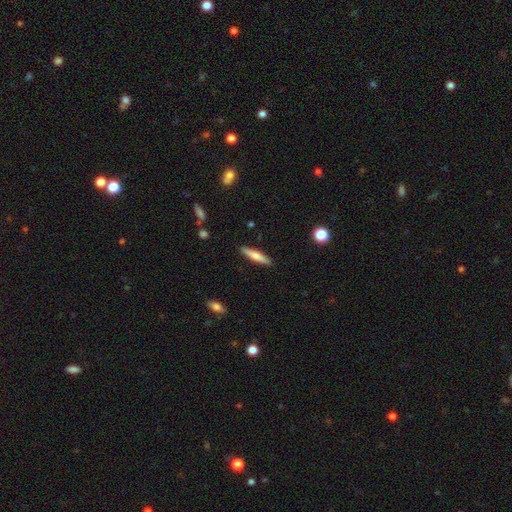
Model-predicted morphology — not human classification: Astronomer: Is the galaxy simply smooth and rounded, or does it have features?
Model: smooth — 60%.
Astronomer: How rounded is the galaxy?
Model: cigar-shaped — 86%.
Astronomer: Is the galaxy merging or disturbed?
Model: none — 90%.